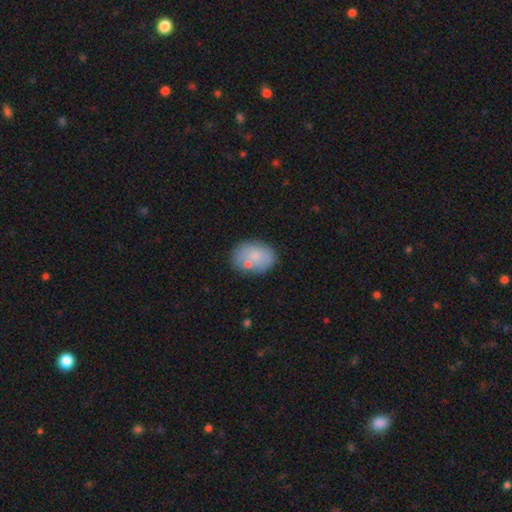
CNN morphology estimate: Smooth or featured?
  - smooth: 74% *
  - featured or disk: 18%
  - star or artifact: 8%
How rounded?
  - in between: 74% *
  - round: 25%
  - cigar-shaped: 1%
Merging?
  - none: 67% *
  - minor disturbance: 17%
  - merger: 11%
  - major disturbance: 5%